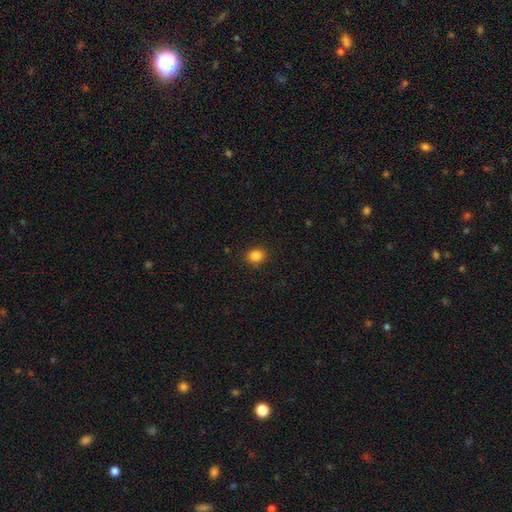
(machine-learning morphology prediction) A smooth galaxy with no disk features (86%) that is round (62%).

Vote fractions:
- Smooth or featured? smooth: 86% / star or artifact: 11% / featured or disk: 4%
- How rounded? round: 62% / in between: 37% / cigar-shaped: 1%
- Merging? none: 89% / minor disturbance: 8% / major disturbance: 2% / merger: 1%